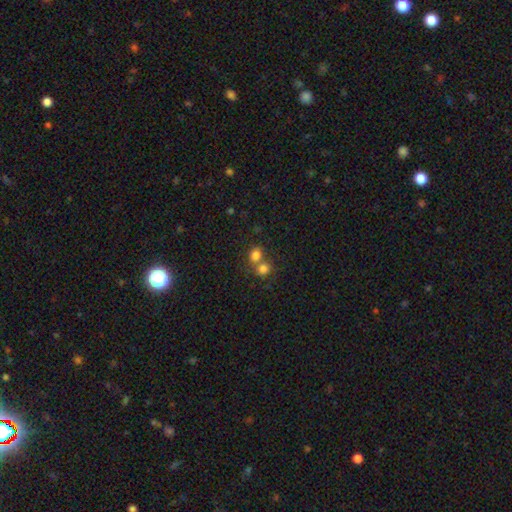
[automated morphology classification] Overall: smooth (78%). How rounded: round (70%). Merging: merger (51%; none 40%).